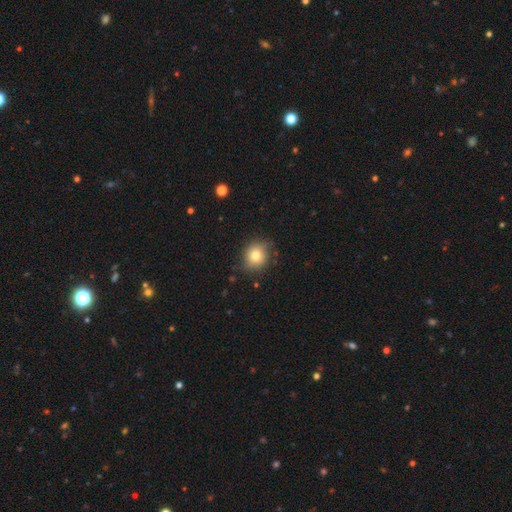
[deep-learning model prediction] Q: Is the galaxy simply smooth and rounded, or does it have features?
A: smooth — 77%.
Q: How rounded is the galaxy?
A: round — 77%.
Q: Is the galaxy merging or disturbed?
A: none — 77%.